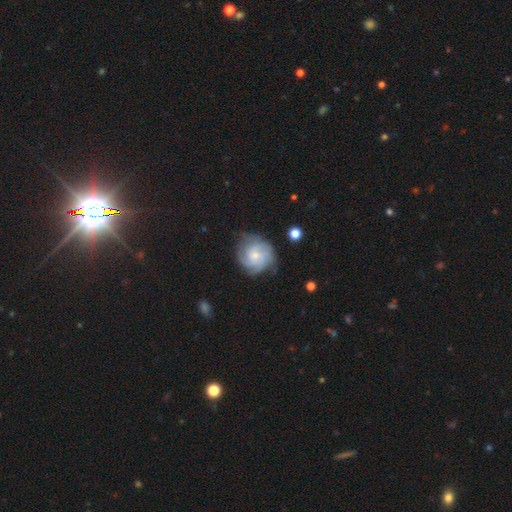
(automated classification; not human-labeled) Overall: featured or disk (71%). Edge-on disk: no (98%). Bar: no (70%). Spiral arms: yes (94%). Spiral arm count: 3 (28%; can't tell 27%). Spiral winding: tight (52%; medium 37%). Bulge size: small (61%; moderate 31%). Merging: none (72%).